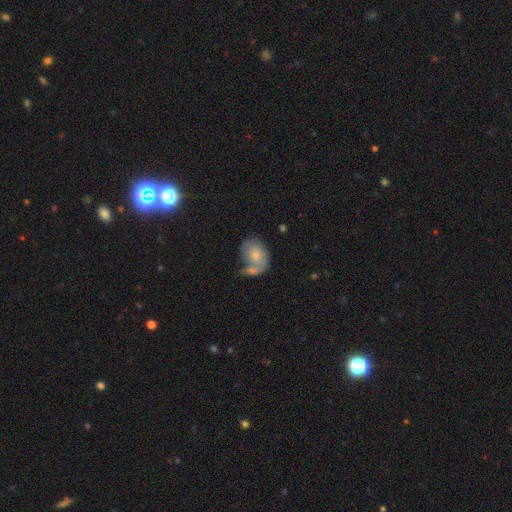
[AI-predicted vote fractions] Smooth or featured? smooth (65%)
How rounded? in between (60%)
Merging? none (35%)